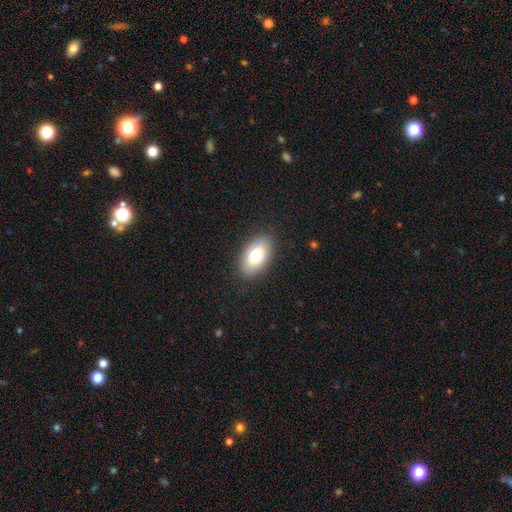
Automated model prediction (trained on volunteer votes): Morphology: type=smooth (77%); roundness=in between (92%); merging=none (86%).